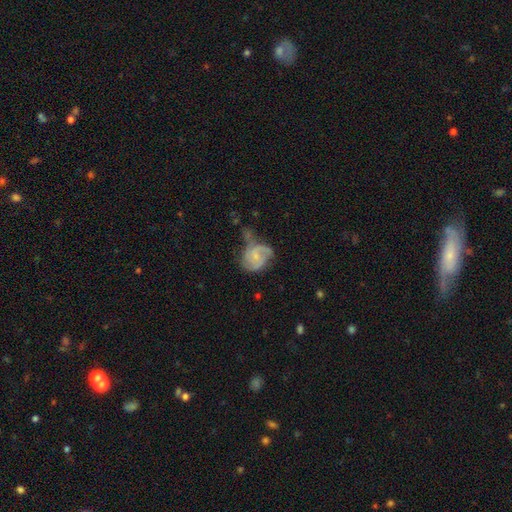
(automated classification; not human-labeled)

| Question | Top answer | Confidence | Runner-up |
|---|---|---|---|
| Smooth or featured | featured or disk | 66% | smooth (26%) |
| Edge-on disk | no | 98% | yes (2%) |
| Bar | no | 55% | weak (38%) |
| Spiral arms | yes | 88% | no (12%) |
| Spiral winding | medium | 47% | tight (30%) |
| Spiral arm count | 2 | 66% | can't tell (15%) |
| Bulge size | small | 57% | moderate (24%) |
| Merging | none | 34% | minor disturbance (27%) |